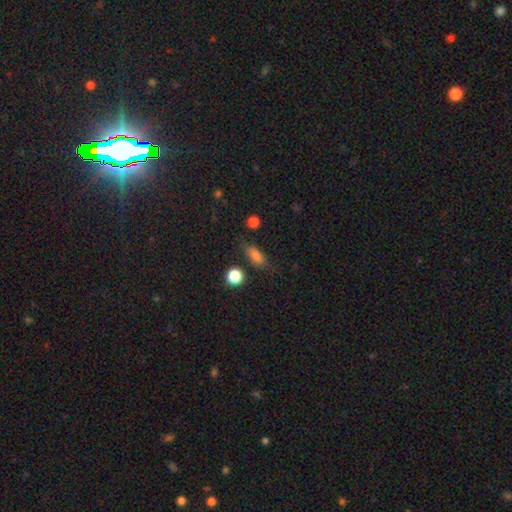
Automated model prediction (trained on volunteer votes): smooth 80%, star or artifact 11%, featured or disk 9%. Down the decision tree: how rounded — in between (73%); merging — none (71%).